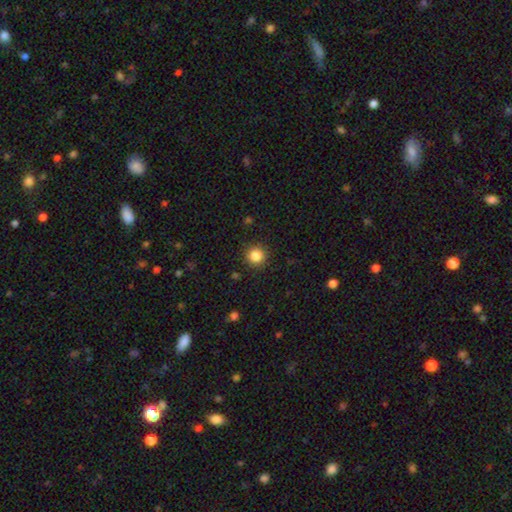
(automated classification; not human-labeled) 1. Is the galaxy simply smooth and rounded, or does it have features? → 85% smooth, 11% star or artifact, 4% featured or disk.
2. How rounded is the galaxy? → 95% round, 4% in between, 1% cigar-shaped.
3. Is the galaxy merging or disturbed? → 91% none, 6% minor disturbance, 2% major disturbance, 1% merger.